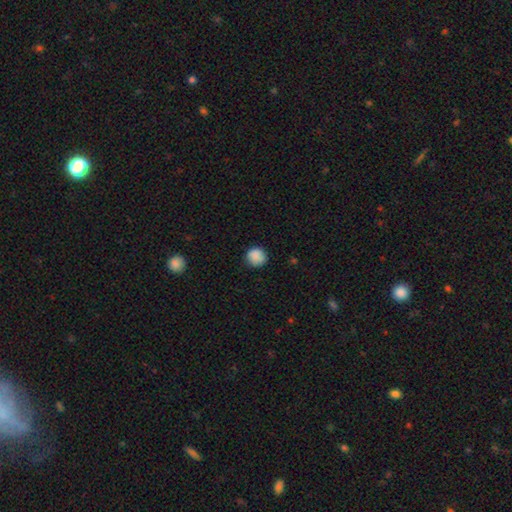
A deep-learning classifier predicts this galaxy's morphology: A smooth galaxy with no disk features (87%) that is round (89%).

Vote fractions:
- Smooth or featured? smooth: 87% / star or artifact: 9% / featured or disk: 4%
- How rounded? round: 89% / in between: 10% / cigar-shaped: 1%
- Merging? none: 82% / minor disturbance: 14% / major disturbance: 3% / merger: 1%